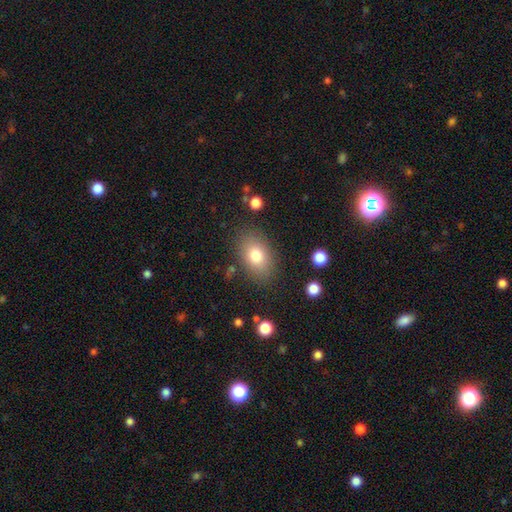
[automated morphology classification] Smooth or featured? smooth (78%)
How rounded? in between (81%)
Merging? none (82%)